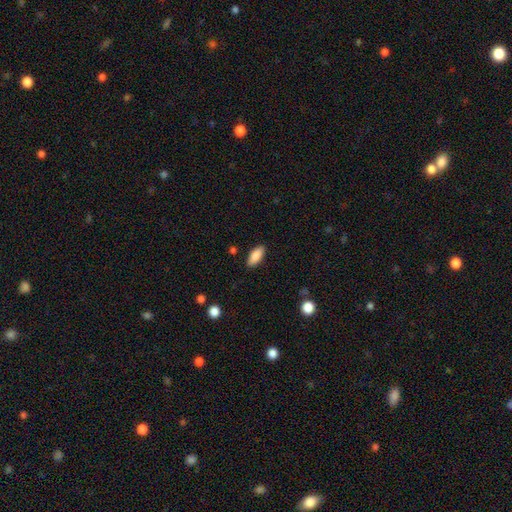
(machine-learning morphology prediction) smooth 87%, star or artifact 6%, featured or disk 6%. Down the decision tree: how rounded — in between (83%); merging — none (88%).